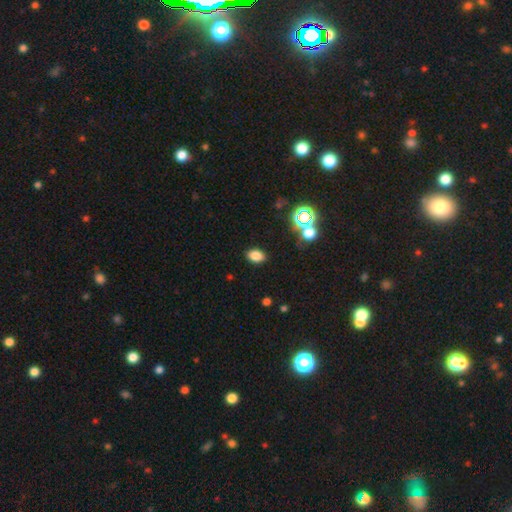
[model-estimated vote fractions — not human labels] smooth 79%, star or artifact 14%, featured or disk 6%. Down the decision tree: how rounded — in between (84%); merging — none (87%).